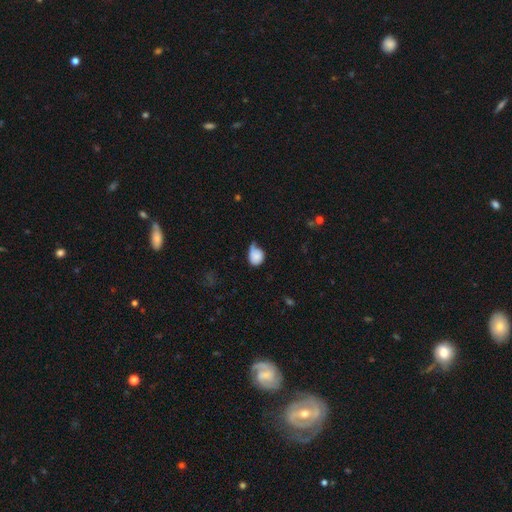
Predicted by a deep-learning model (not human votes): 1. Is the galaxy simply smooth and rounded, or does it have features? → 79% smooth, 13% featured or disk, 8% star or artifact.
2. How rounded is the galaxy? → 58% round, 40% in between, 1% cigar-shaped.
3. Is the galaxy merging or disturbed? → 43% minor disturbance, 31% none, 20% major disturbance, 6% merger.